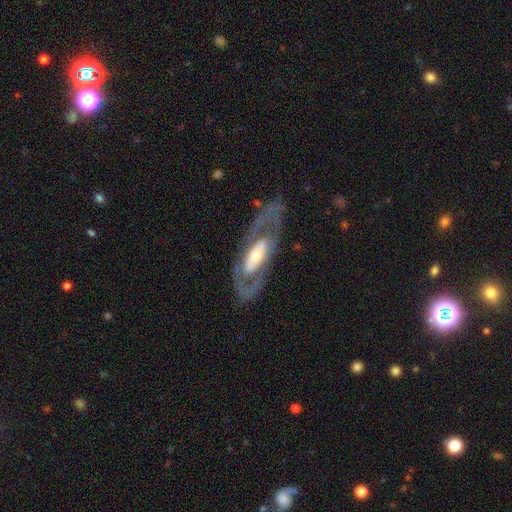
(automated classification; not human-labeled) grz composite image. It shows a featured or disk galaxy (79%) with no bar (53%), spiral arms (59%) and a moderate central bulge (56%). Merging: none (67%).